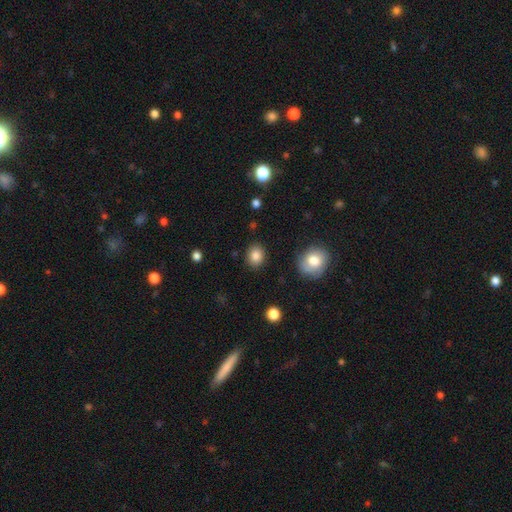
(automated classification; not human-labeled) Smooth or featured? Predicted: smooth (p=0.85). How rounded? Predicted: round (p=0.61). Merging? Predicted: none (p=0.88).